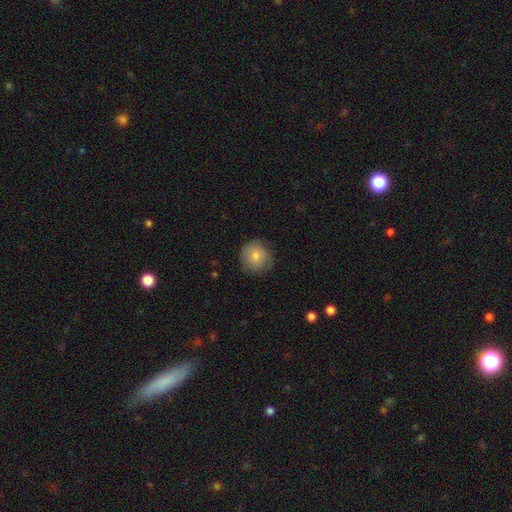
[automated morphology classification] Smooth or featured? Predicted: smooth (p=0.79). How rounded? Predicted: round (p=0.91). Merging? Predicted: none (p=0.77).